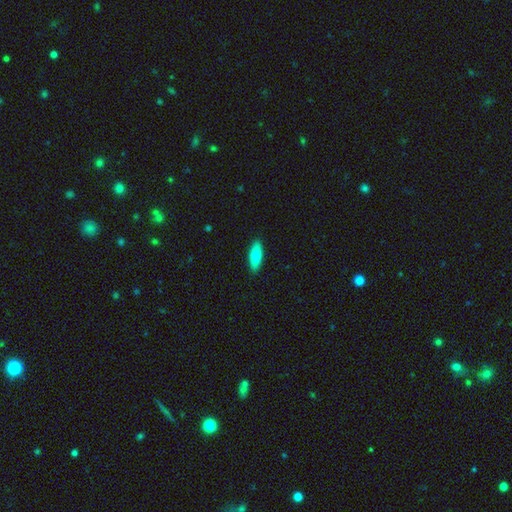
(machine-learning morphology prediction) smooth-or-featured: smooth: 74% | featured or disk: 21% | star or artifact: 6%
  how-rounded: in between: 59% | cigar-shaped: 38% | round: 2%
  merging: none: 91% | minor disturbance: 7% | major disturbance: 1% | merger: 1%